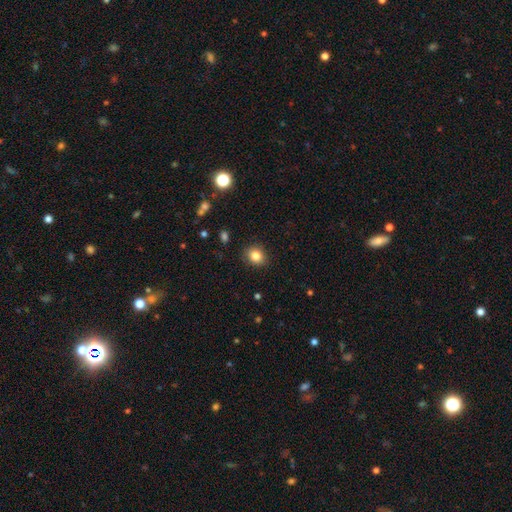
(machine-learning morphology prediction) Overall: smooth (83%). How rounded: round (66%; in between 33%). Merging: none (88%).